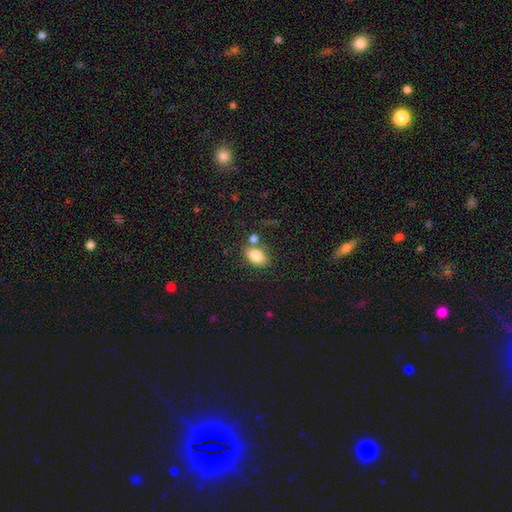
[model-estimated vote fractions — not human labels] smooth 83%, featured or disk 9%, star or artifact 8%. Down the decision tree: how rounded — in between (85%); merging — none (66%).